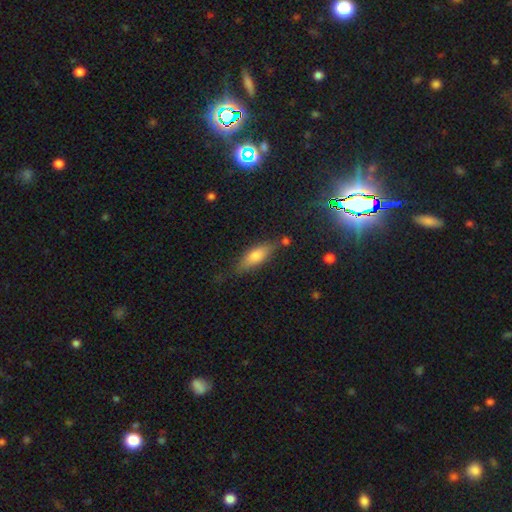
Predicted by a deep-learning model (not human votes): Smooth or featured?
  - smooth: 69% *
  - featured or disk: 22%
  - star or artifact: 9%
How rounded?
  - in between: 58% *
  - cigar-shaped: 39%
  - round: 3%
Merging?
  - none: 72% *
  - minor disturbance: 19%
  - major disturbance: 5%
  - merger: 4%